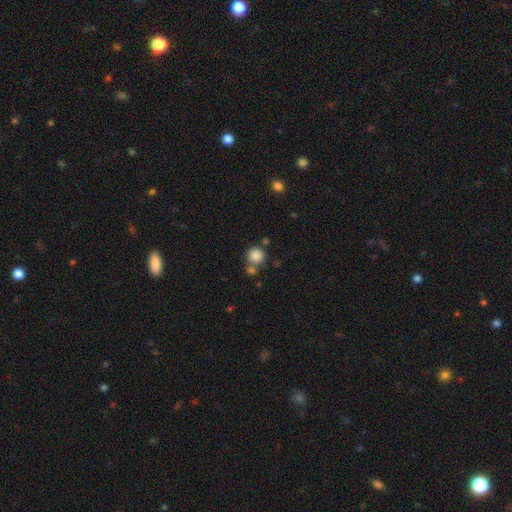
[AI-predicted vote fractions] Morphology: type=smooth (84%); roundness=round (92%); merging=none (66%).